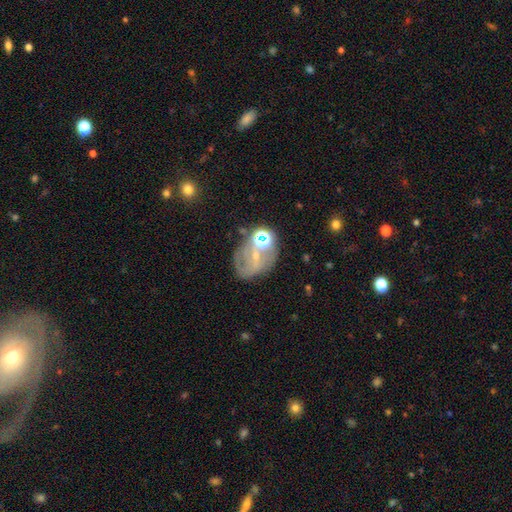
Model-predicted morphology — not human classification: This appears to be a featured or disk galaxy (51%). Merging: none (49%).